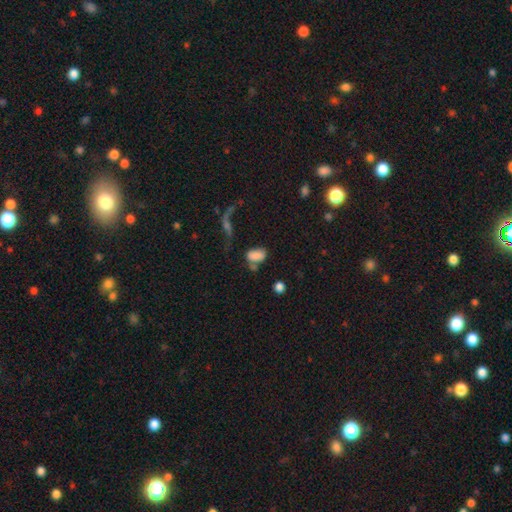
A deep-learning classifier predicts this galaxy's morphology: A smooth galaxy with no disk features (78%) that is in between round and cigar-shaped (89%). Merging: none (43%).